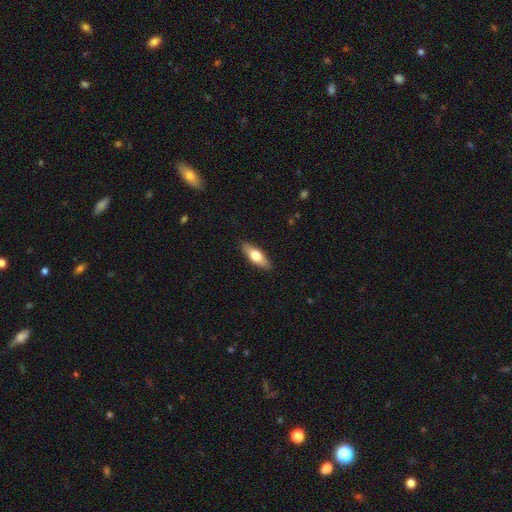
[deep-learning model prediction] This appears to be a smooth galaxy with no disk features (63%) that is in between round and cigar-shaped (63%). Merging: none (88%).